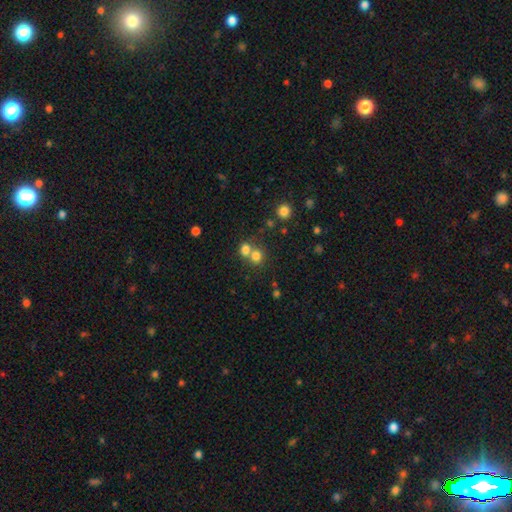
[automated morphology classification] Q: Smooth or featured?
A: smooth (75%); runner-up: star or artifact (15%)
Q: How rounded?
A: round (78%); runner-up: in between (21%)
Q: Merging?
A: merger (49%); runner-up: none (42%)